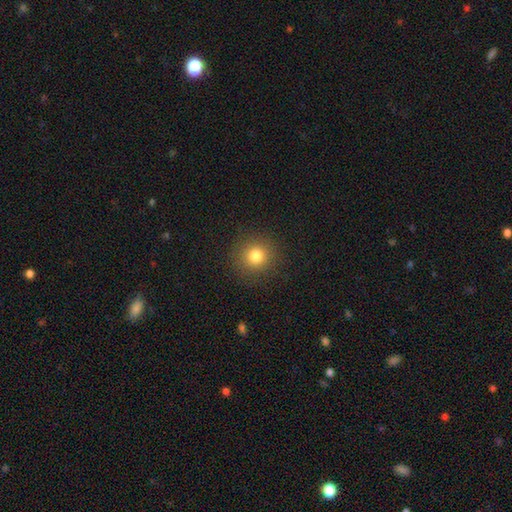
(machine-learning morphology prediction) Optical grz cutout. It shows a smooth galaxy with no disk features (80%) that is round (92%). Merging: none (90%).